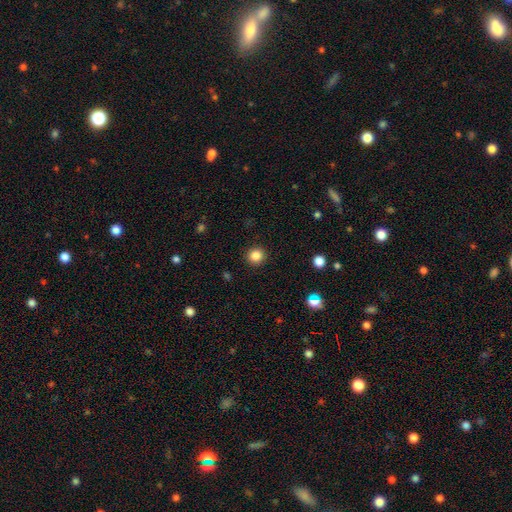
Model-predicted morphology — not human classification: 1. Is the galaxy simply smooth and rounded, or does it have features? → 85% smooth, 11% star or artifact, 4% featured or disk.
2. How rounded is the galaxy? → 93% round, 6% in between, 1% cigar-shaped.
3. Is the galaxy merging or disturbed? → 92% none, 5% minor disturbance, 2% major disturbance, 1% merger.